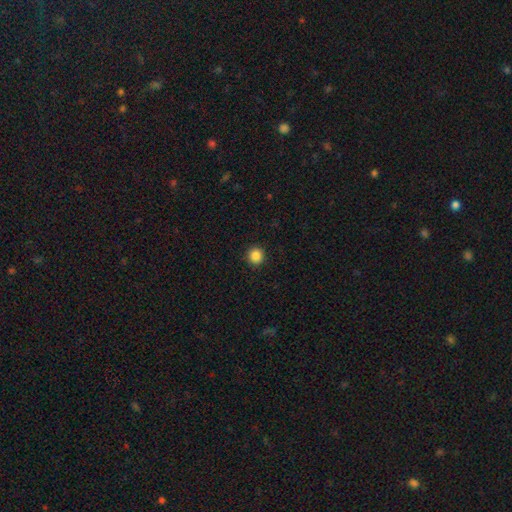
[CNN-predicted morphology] Smooth or featured? smooth (87%)
How rounded? round (95%)
Merging? none (93%)